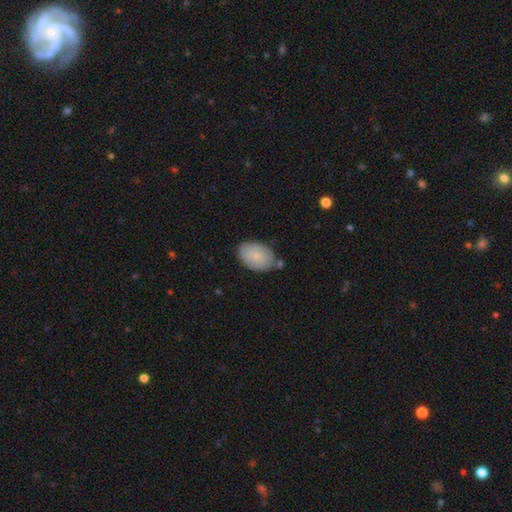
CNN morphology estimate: Q: Smooth or featured?
A: smooth (79%); runner-up: featured or disk (15%)
Q: How rounded?
A: in between (88%); runner-up: round (11%)
Q: Merging?
A: none (76%); runner-up: minor disturbance (16%)